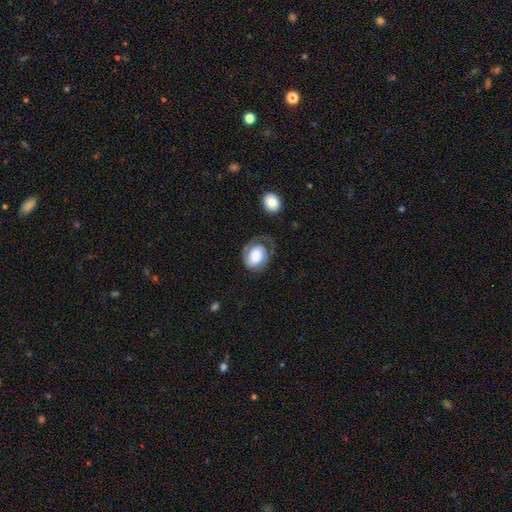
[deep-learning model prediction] Smooth or featured: featured or disk — 52% (smooth — 40%)
Edge-on disk: no — 98% (yes — 2%)
Bar: no — 70% (weak — 23%)
Spiral arms: yes — 84% (no — 16%)
Bulge size: large — 44% (dominant — 20%)
Merging: none — 45% (major disturbance — 27%)